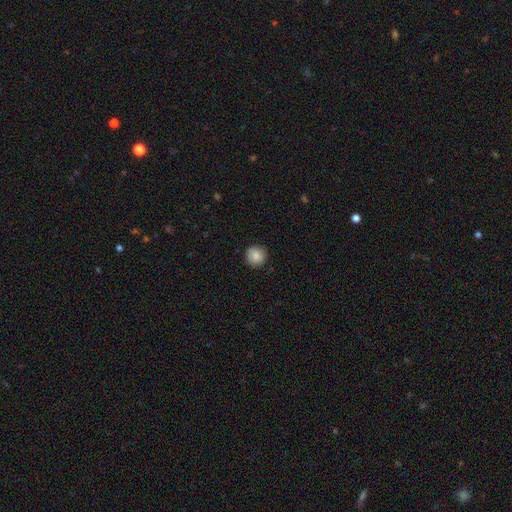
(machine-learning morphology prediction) Smooth or featured? Predicted: smooth (p=0.86). How rounded? Predicted: round (p=0.95). Merging? Predicted: none (p=0.89).